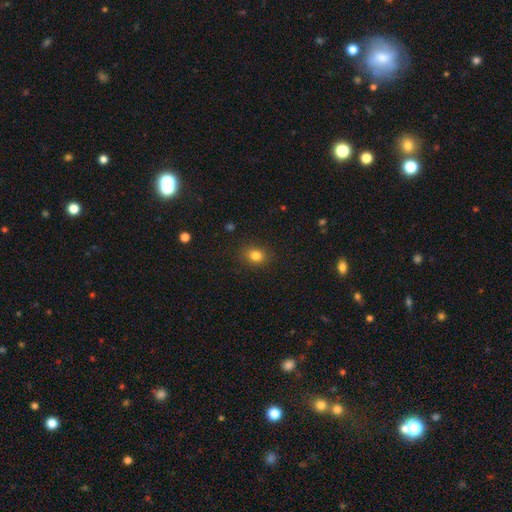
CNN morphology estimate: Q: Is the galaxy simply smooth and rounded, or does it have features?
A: smooth — 82%.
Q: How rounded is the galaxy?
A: round — 57%.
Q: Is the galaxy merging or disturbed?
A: none — 86%.